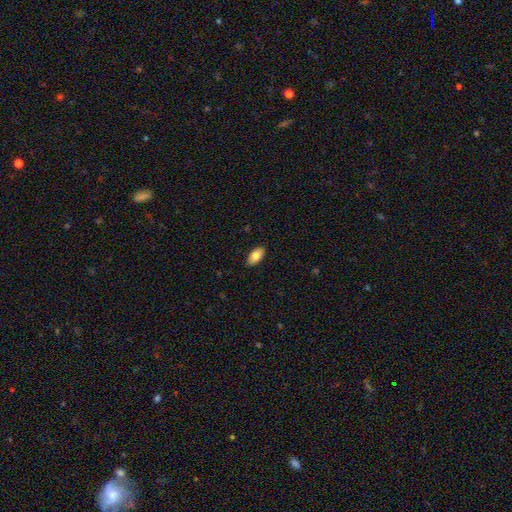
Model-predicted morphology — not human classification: Q: Smooth or featured?
A: smooth (82%); runner-up: featured or disk (11%)
Q: How rounded?
A: in between (93%); runner-up: cigar-shaped (4%)
Q: Merging?
A: none (89%); runner-up: minor disturbance (9%)